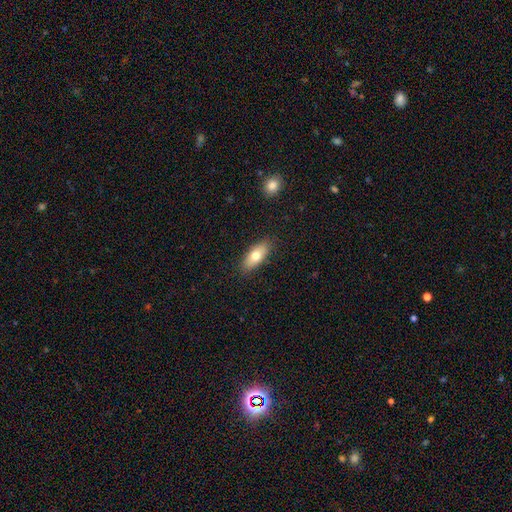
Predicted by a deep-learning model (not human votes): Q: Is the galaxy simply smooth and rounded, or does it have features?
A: smooth — 73%.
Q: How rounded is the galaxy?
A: in between — 81%.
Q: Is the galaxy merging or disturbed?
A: none — 86%.